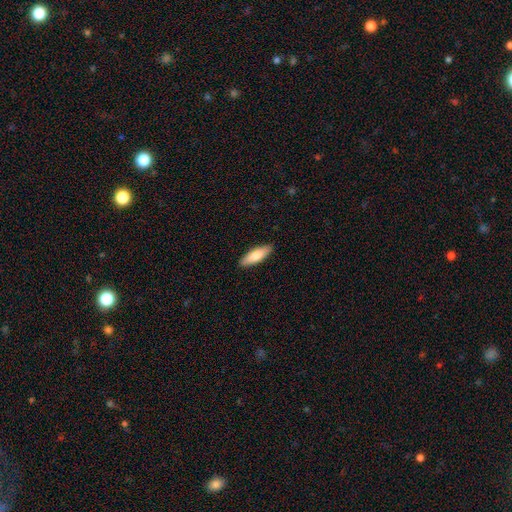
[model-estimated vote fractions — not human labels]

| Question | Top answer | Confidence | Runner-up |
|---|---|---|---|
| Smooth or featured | smooth | 77% | featured or disk (18%) |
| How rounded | in between | 54% | cigar-shaped (45%) |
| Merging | none | 90% | minor disturbance (8%) |